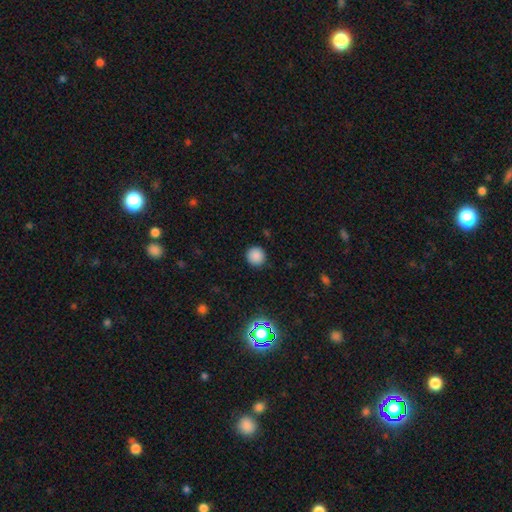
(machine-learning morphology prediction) Smooth or featured? smooth (85%)
How rounded? round (93%)
Merging? none (91%)